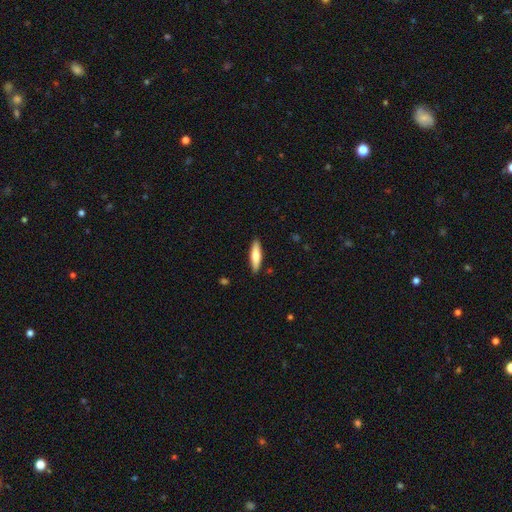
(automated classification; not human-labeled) A smooth galaxy with no disk features (72%) that is cigar-shaped (68%). Merging: none (89%).